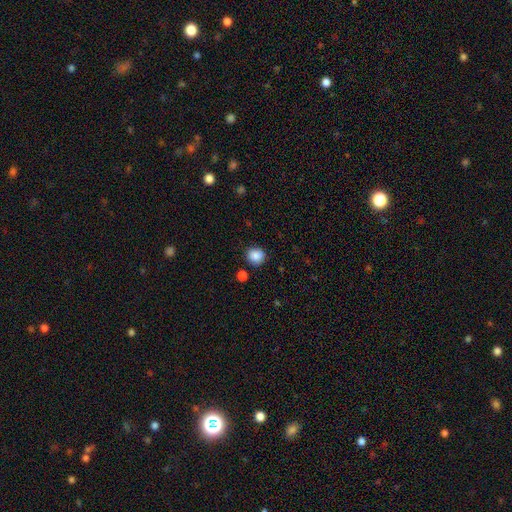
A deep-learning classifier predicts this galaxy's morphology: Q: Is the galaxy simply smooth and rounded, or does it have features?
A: smooth — 88%.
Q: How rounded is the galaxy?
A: round — 84%.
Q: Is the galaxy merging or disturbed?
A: none — 85%.